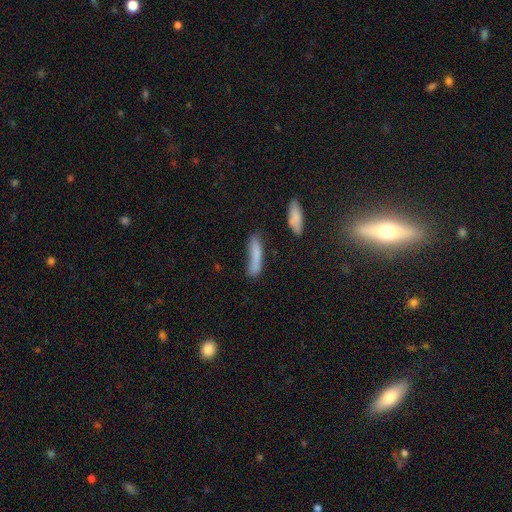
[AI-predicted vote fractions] Smooth or featured? Predicted: smooth (p=0.78). How rounded? Predicted: cigar-shaped (p=0.83). Merging? Predicted: none (p=0.61).